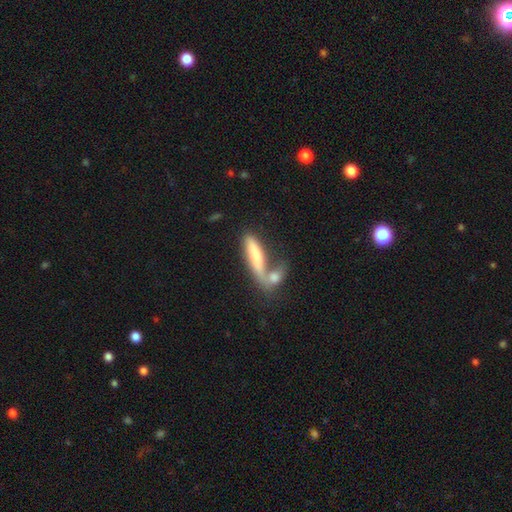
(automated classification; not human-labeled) Overall: smooth (69%). How rounded: cigar-shaped (71%). Merging: merger (52%; none 30%).